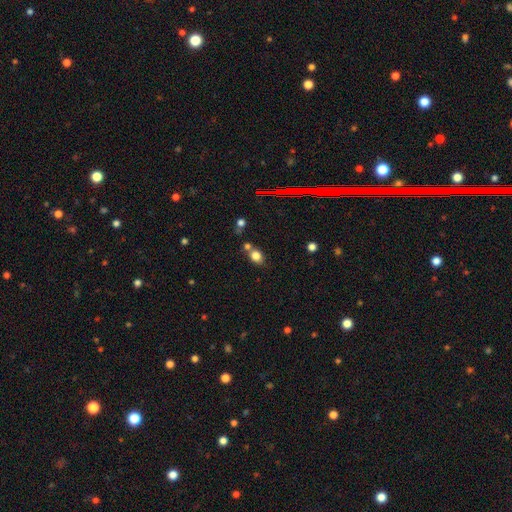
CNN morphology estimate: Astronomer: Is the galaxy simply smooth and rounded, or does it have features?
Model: smooth — 79%.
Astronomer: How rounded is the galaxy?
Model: round — 50% (runner-up: in between, 49%).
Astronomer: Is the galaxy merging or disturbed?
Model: none — 59%.